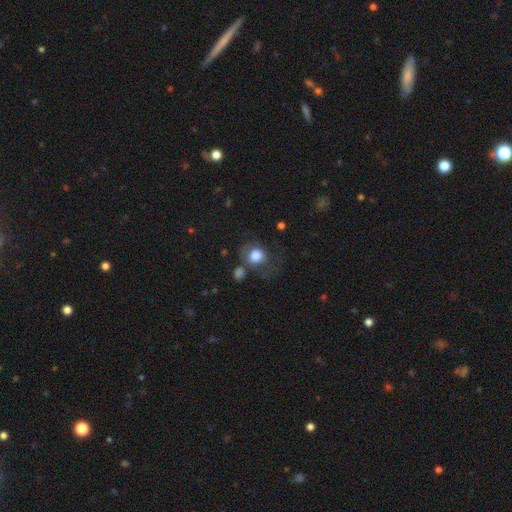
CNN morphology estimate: Smooth or featured?
  - smooth: 77% *
  - featured or disk: 15%
  - star or artifact: 9%
How rounded?
  - round: 77% *
  - in between: 22%
  - cigar-shaped: 1%
Merging?
  - none: 47% *
  - minor disturbance: 21%
  - major disturbance: 20%
  - merger: 12%